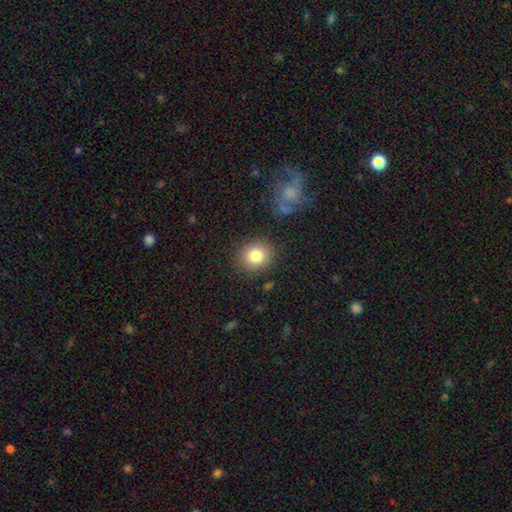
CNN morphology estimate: Smooth or featured: smooth — 81% (star or artifact — 10%)
How rounded: round — 72% (in between — 27%)
Merging: none — 86% (minor disturbance — 9%)